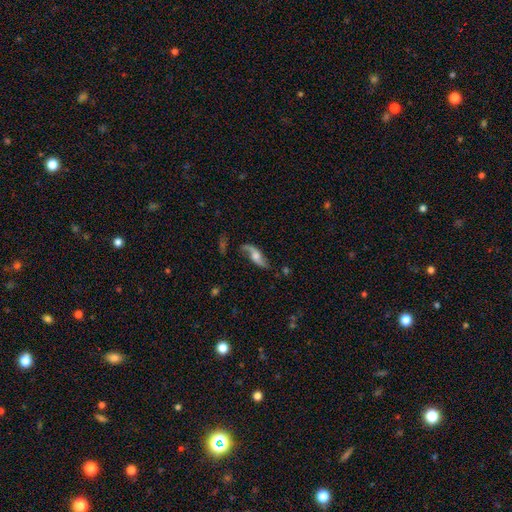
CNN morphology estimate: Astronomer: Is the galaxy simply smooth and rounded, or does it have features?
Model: featured or disk — 77%.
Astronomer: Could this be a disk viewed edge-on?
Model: no — 87%.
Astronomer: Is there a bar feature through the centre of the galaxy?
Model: no — 59%.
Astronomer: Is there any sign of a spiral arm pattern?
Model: yes — 92%.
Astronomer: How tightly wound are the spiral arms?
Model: loose — 86%.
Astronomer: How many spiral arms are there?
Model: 2 — 88%.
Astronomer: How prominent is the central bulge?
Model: moderate — 46% (runner-up: small, 21%).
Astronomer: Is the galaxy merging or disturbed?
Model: none — 66%.